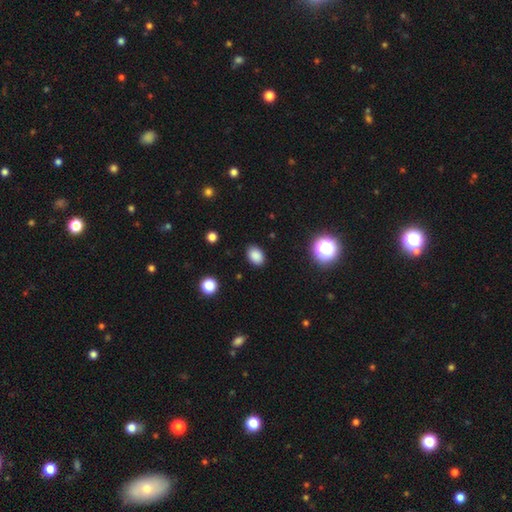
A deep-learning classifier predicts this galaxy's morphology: The model was most divided on "how rounded": in between: 75%, round: 24%, cigar-shaped: 1%. More confident: merging — none (88%); smooth or featured — smooth (85%).